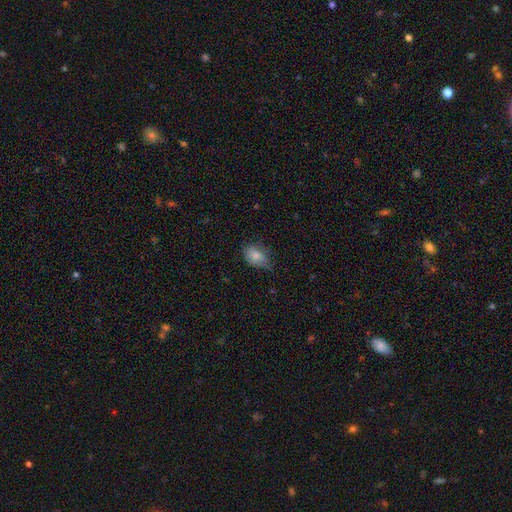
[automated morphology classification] smooth_or_featured: smooth (p=0.80) [alt: featured or disk p=0.11]
how_rounded: in between (p=0.76) [alt: round p=0.22]
merging: none (p=0.53) [alt: minor disturbance p=0.36]